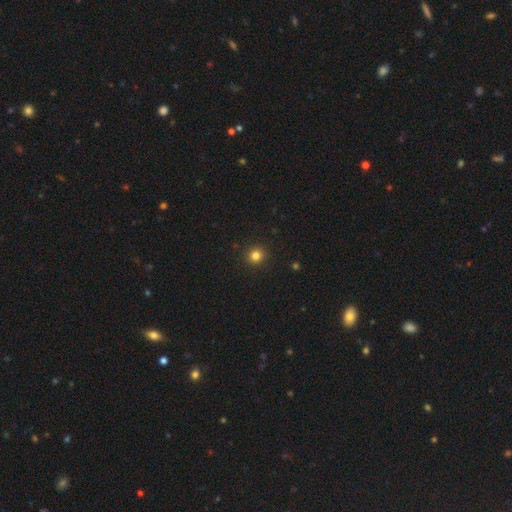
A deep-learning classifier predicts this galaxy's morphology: smooth-or-featured: smooth: 82% | star or artifact: 13% | featured or disk: 5%
  how-rounded: round: 91% | in between: 8% | cigar-shaped: 1%
  merging: none: 92% | minor disturbance: 5% | major disturbance: 2% | merger: 1%